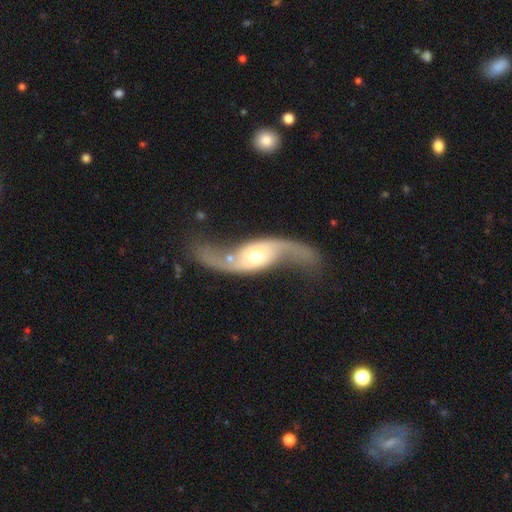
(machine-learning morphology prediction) This is clearly a featured or disk galaxy (89%). It is clearly not viewed edge-on (94%). Bar: likely no (61%). Spiral arm pattern: clearly yes (96%). Spiral arm count: clearly 2 (94%). Spiral winding: clearly loose (89%). Central bulge: likely moderate (64%). Merging: likely none (69%).